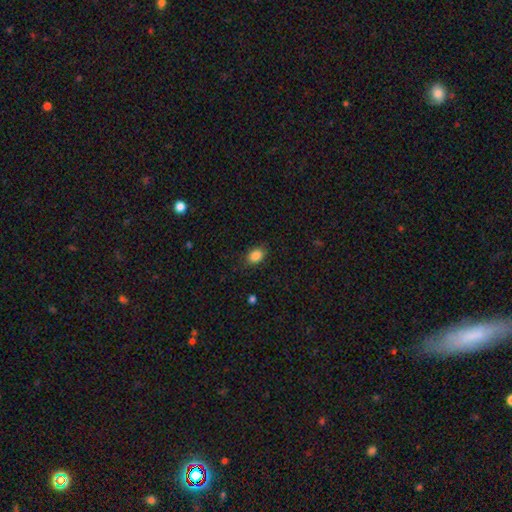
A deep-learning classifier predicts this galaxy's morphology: Smooth or featured: smooth — 86% (star or artifact — 9%)
How rounded: in between — 73% (round — 26%)
Merging: none — 86% (minor disturbance — 11%)